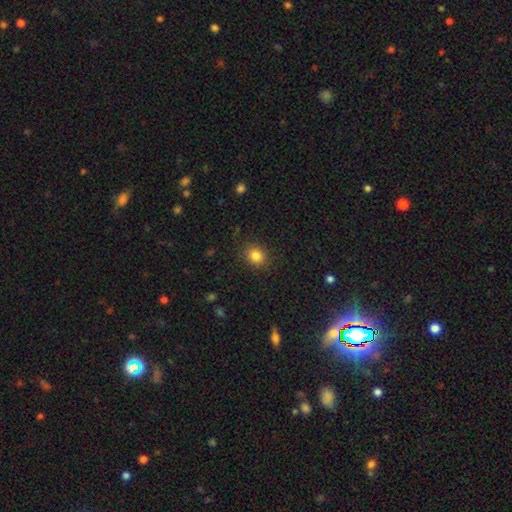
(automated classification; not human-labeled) Smooth or featured: smooth — 83% (star or artifact — 11%)
How rounded: round — 67% (in between — 32%)
Merging: none — 87% (minor disturbance — 9%)